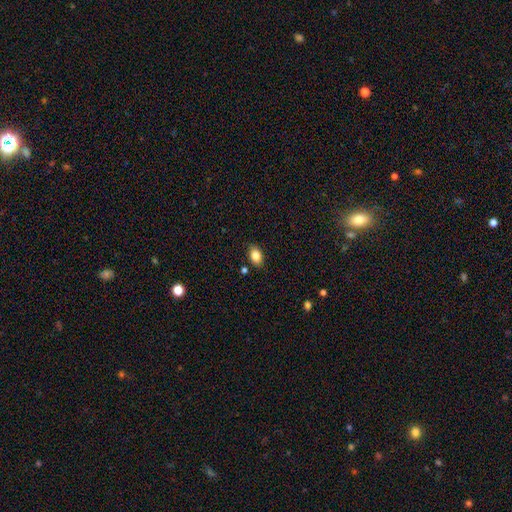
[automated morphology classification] smooth-or-featured: smooth: 84% | star or artifact: 9% | featured or disk: 7%
  how-rounded: in between: 84% | round: 14% | cigar-shaped: 2%
  merging: none: 85% | minor disturbance: 11% | merger: 2% | major disturbance: 2%